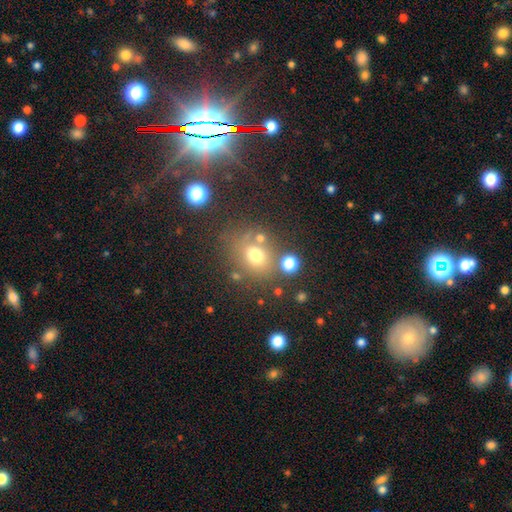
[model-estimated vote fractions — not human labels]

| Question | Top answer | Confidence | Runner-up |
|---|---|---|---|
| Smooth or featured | smooth | 66% | star or artifact (19%) |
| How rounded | round | 63% | in between (35%) |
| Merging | none | 62% | merger (15%) |